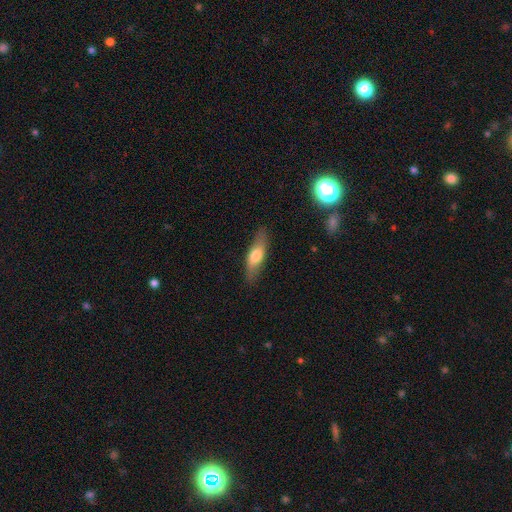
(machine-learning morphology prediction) This appears to be a smooth galaxy with no disk features (60%) that is cigar-shaped (53%). Merging: none (83%).